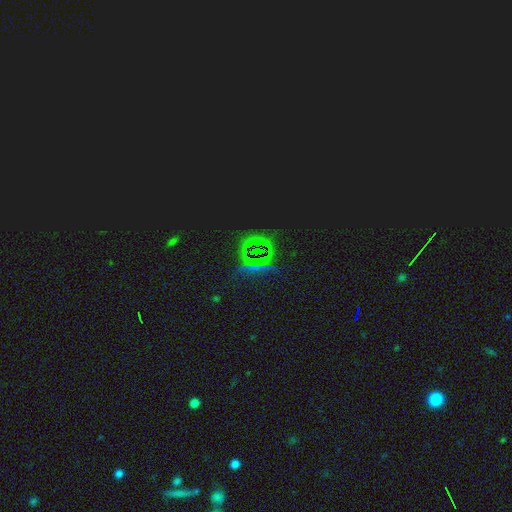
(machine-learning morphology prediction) Smooth or featured: star or artifact — 82% (smooth — 11%)